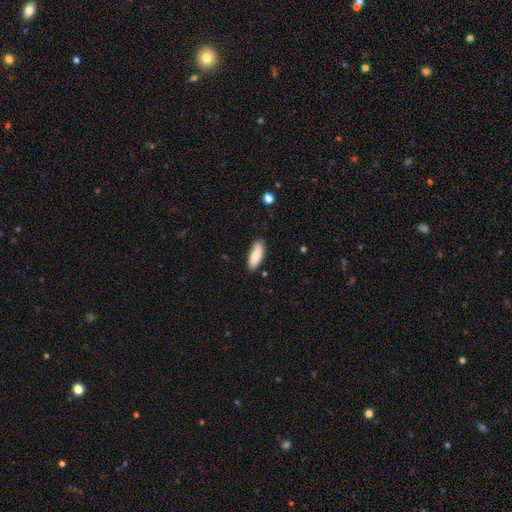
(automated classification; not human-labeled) Smooth or featured? Predicted: smooth (p=0.81). How rounded? Predicted: in between (p=0.71). Merging? Predicted: none (p=0.80).